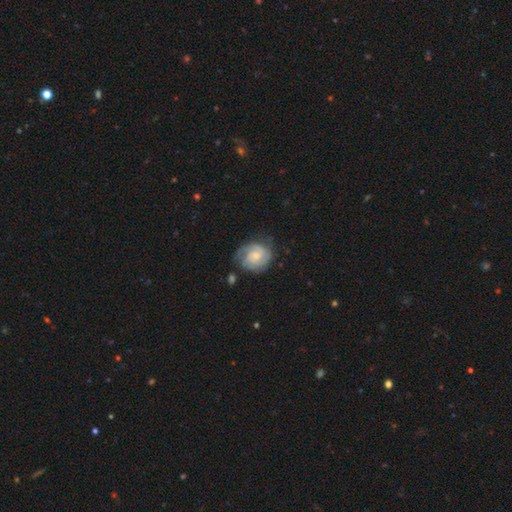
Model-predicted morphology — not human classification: Q: Smooth or featured?
A: featured or disk (76%); runner-up: smooth (18%)
Q: Edge-on disk?
A: no (98%); runner-up: yes (2%)
Q: Bar?
A: no (61%); runner-up: weak (34%)
Q: Spiral arms?
A: yes (94%); runner-up: no (6%)
Q: Spiral winding?
A: tight (63%); runner-up: medium (30%)
Q: Spiral arm count?
A: 2 (52%); runner-up: can't tell (23%)
Q: Bulge size?
A: small (53%); runner-up: moderate (35%)
Q: Merging?
A: none (64%); runner-up: minor disturbance (23%)